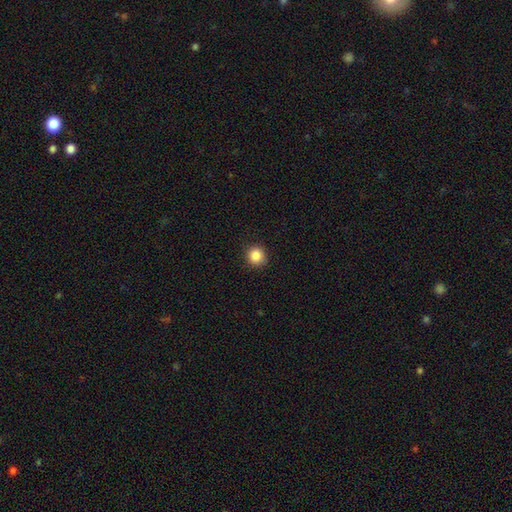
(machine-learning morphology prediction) Smooth or featured? smooth (86%)
How rounded? round (92%)
Merging? none (90%)